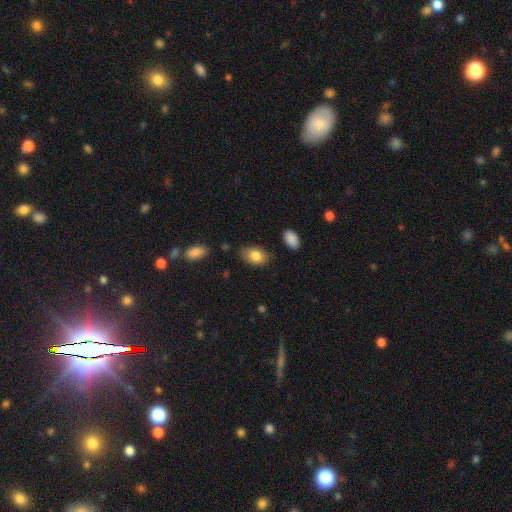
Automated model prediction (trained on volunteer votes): A smooth galaxy with no disk features (81%) that is in between round and cigar-shaped (88%).

Vote fractions:
- Smooth or featured? smooth: 81% / featured or disk: 12% / star or artifact: 7%
- How rounded? in between: 88% / round: 10% / cigar-shaped: 1%
- Merging? none: 77% / minor disturbance: 17% / major disturbance: 4% / merger: 2%